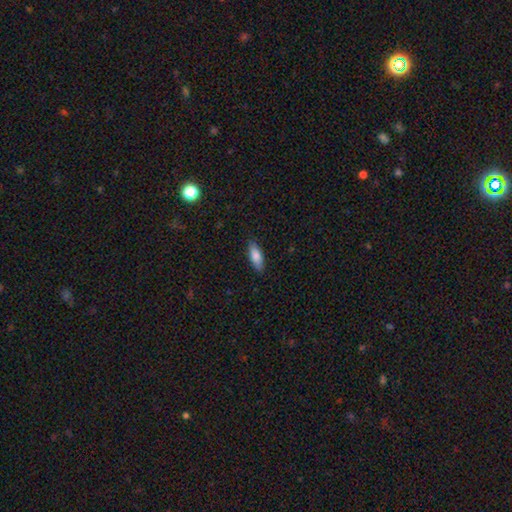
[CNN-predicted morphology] Overall: smooth (81%). How rounded: in between (70%). Merging: none (87%).